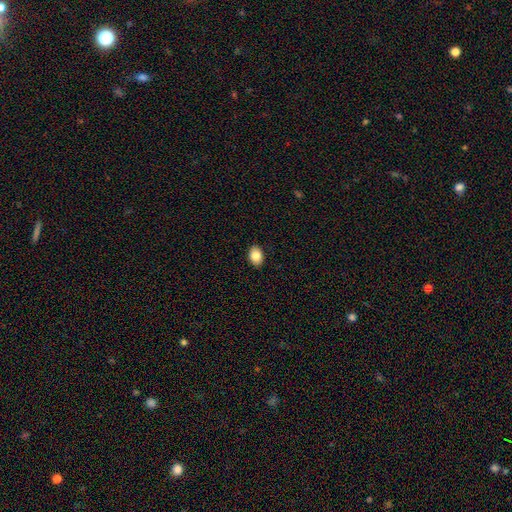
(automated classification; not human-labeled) smooth_or_featured: smooth (p=0.85) [alt: star or artifact p=0.08]
how_rounded: in between (p=0.78) [alt: round p=0.21]
merging: none (p=0.90) [alt: minor disturbance p=0.07]